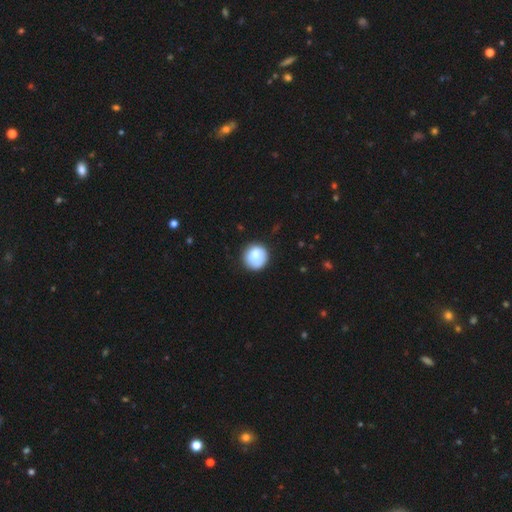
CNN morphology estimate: Overall: smooth (81%). How rounded: round (92%). Merging: none (79%).